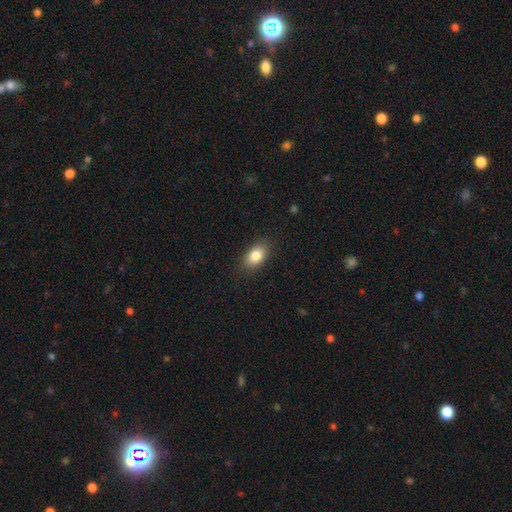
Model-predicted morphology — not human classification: type=smooth (84%); roundness=in between (89%); merging=none (86%).